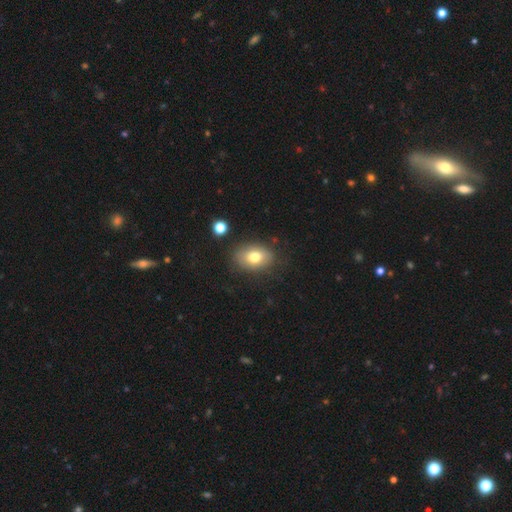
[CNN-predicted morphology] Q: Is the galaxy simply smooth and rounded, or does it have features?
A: smooth — 59%.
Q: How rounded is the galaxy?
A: in between — 49%, tied with round.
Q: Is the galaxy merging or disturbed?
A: none — 84%.